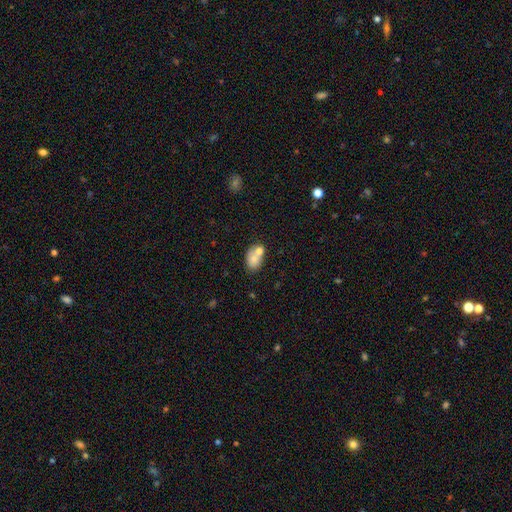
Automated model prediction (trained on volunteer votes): Overall: smooth (70%). How rounded: in between (74%). Merging: merger (50%; none 33%).